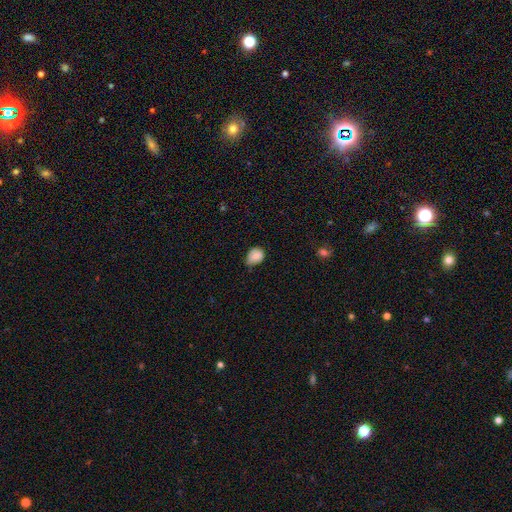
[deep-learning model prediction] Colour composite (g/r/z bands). It shows a smooth galaxy with no disk features (86%) that is in between round and cigar-shaped (57%). Merging: none (48%).